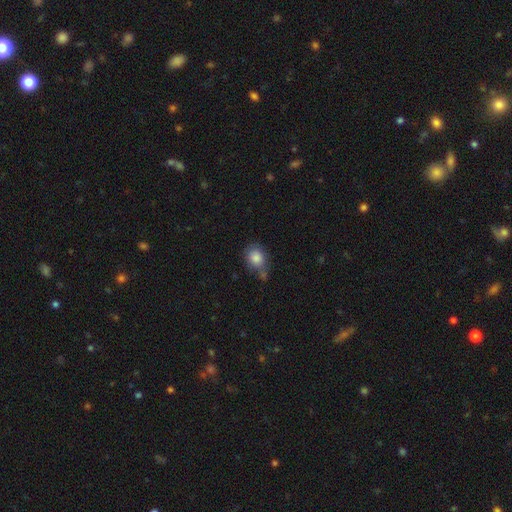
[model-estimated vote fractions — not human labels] A smooth galaxy with no disk features (82%) that is round (53%). Merging: none (54%).